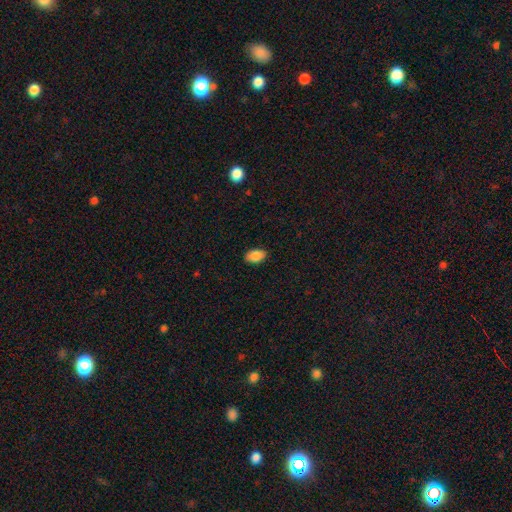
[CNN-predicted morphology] Smooth or featured: smooth — 88% (star or artifact — 7%)
How rounded: in between — 91% (round — 8%)
Merging: none — 88% (minor disturbance — 9%)